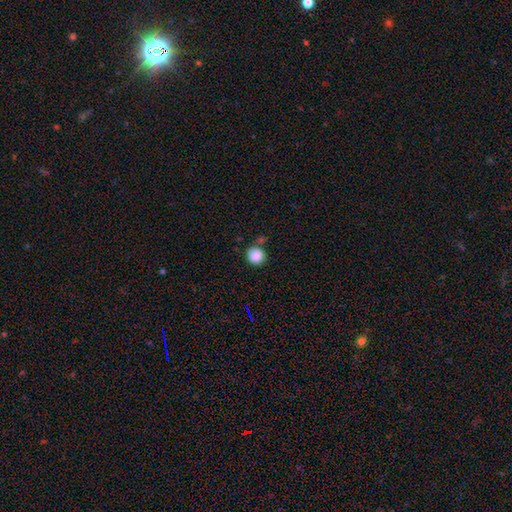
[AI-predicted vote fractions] Smooth or featured? Predicted: smooth (p=0.87). How rounded? Predicted: round (p=0.92). Merging? Predicted: none (p=0.73).